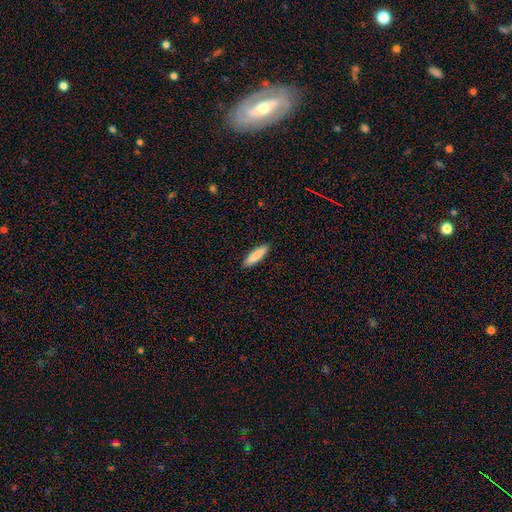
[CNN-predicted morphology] Smooth or featured? smooth (88%)
How rounded? cigar-shaped (71%)
Merging? none (91%)